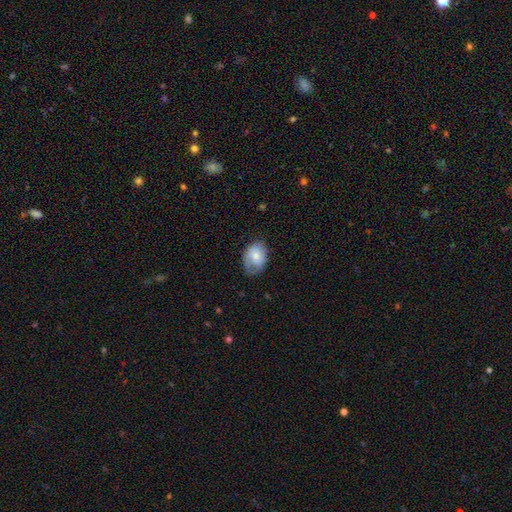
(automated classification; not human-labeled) smooth-or-featured: smooth: 61% | featured or disk: 33% | star or artifact: 7%
  how-rounded: in between: 79% | round: 20% | cigar-shaped: 1%
  merging: none: 50% | minor disturbance: 33% | major disturbance: 16% | merger: 2%